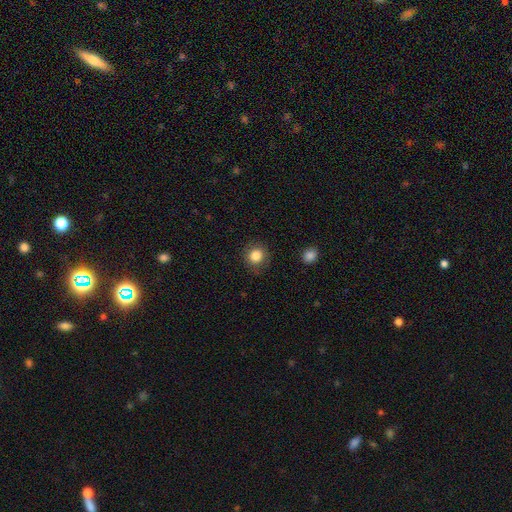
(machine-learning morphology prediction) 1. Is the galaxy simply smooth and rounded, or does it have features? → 84% smooth, 10% star or artifact, 7% featured or disk.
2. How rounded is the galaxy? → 89% round, 10% in between, 1% cigar-shaped.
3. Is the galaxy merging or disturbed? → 86% none, 10% minor disturbance, 3% major disturbance, 1% merger.